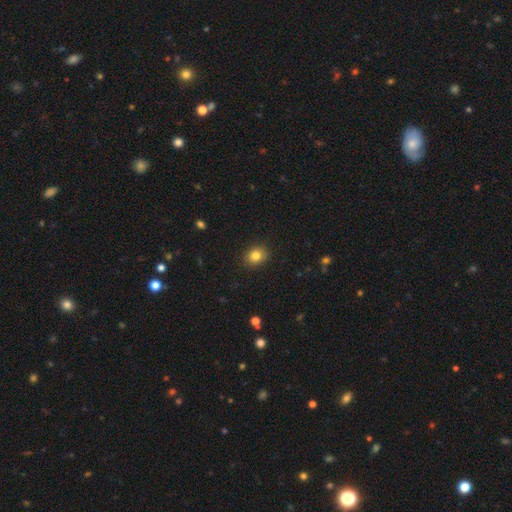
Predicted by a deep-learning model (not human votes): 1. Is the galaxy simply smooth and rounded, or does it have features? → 83% smooth, 10% star or artifact, 7% featured or disk.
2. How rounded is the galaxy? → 55% round, 44% in between, 1% cigar-shaped.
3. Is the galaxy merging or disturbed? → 89% none, 8% minor disturbance, 2% major disturbance, 1% merger.